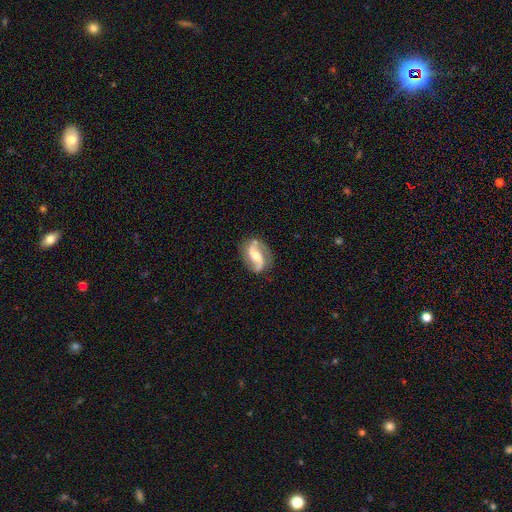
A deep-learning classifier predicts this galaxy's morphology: A featured or disk galaxy (87%) with a weak bar (40%), 2 (92%) loose (50%) spiral arms (97%) and a moderate central bulge (50%). Merging: none (75%).